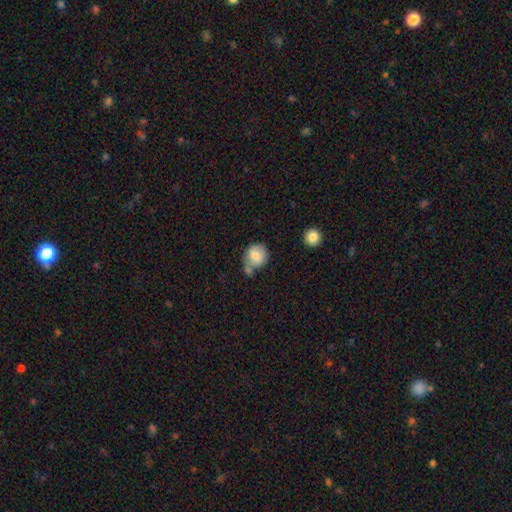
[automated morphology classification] type=smooth (76%); roundness=round (78%); merging=none (46%).